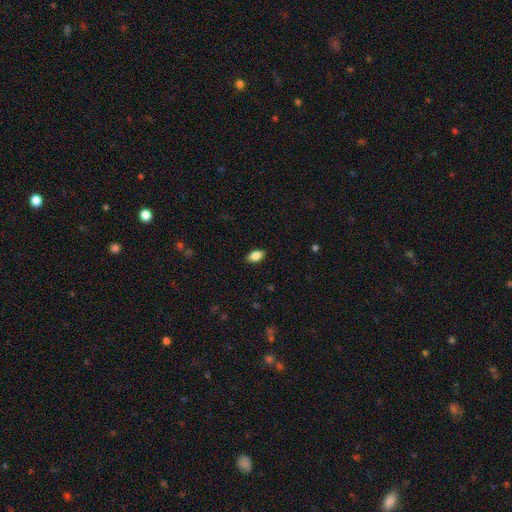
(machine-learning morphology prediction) Overall: smooth (84%). How rounded: in between (90%). Merging: none (88%).